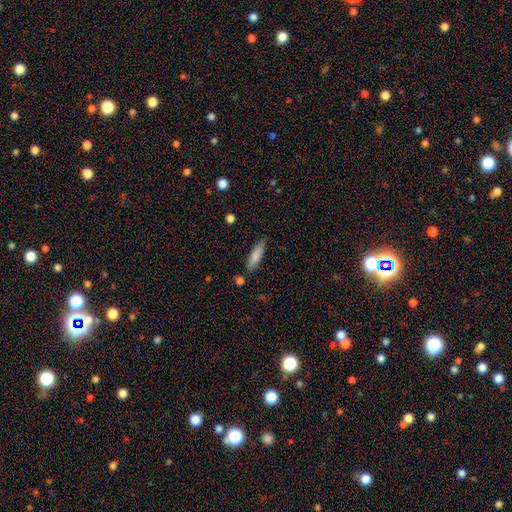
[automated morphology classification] The model was most divided on "how rounded": cigar-shaped: 62%, in between: 36%, round: 2%. More confident: smooth or featured — smooth (82%); merging — none (81%).